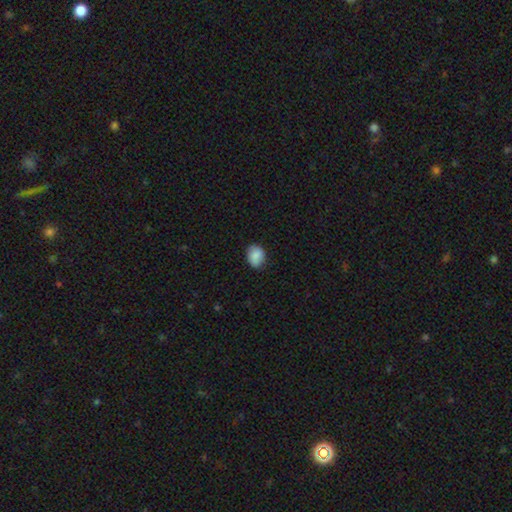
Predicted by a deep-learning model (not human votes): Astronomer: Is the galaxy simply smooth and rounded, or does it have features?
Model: smooth — 86%.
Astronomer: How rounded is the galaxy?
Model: in between — 58% (runner-up: round, 41%).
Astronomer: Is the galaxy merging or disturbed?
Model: none — 77%.